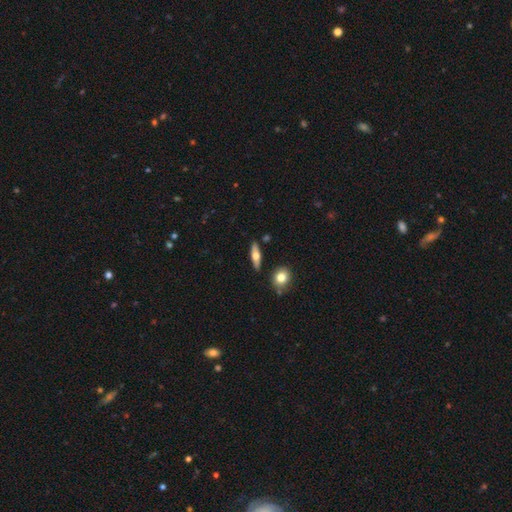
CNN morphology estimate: A featured or disk galaxy (49%).

Vote fractions:
- Smooth or featured? featured or disk: 49% / smooth: 45% / star or artifact: 6%
- Merging? none: 86% / minor disturbance: 9% / merger: 4% / major disturbance: 2%